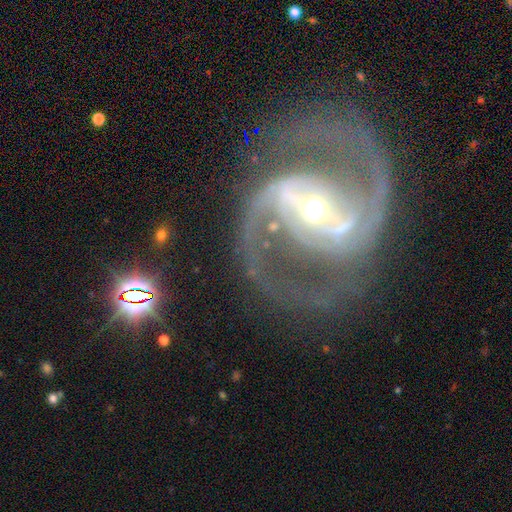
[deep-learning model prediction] Morphology: type=featured or disk (92%); edge-on=no (97%); bar=strong (54%); spiral arms=yes (98%); winding=medium (63%); arm count=2 (93%); bulge=moderate (59%); merging=none (77%).